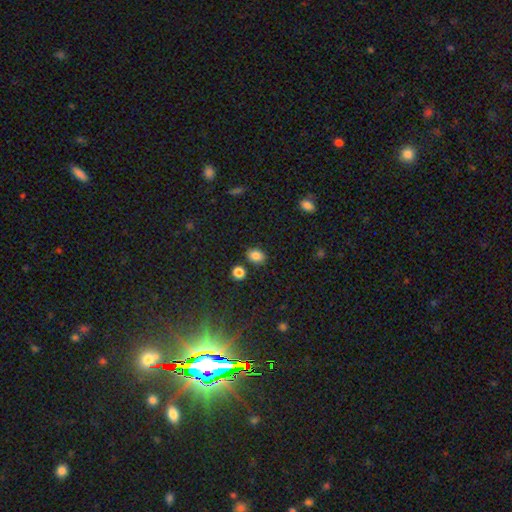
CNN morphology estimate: smooth_or_featured: smooth (p=0.85) [alt: star or artifact p=0.11]
how_rounded: in between (p=0.57) [alt: round p=0.42]
merging: none (p=0.80) [alt: minor disturbance p=0.11]